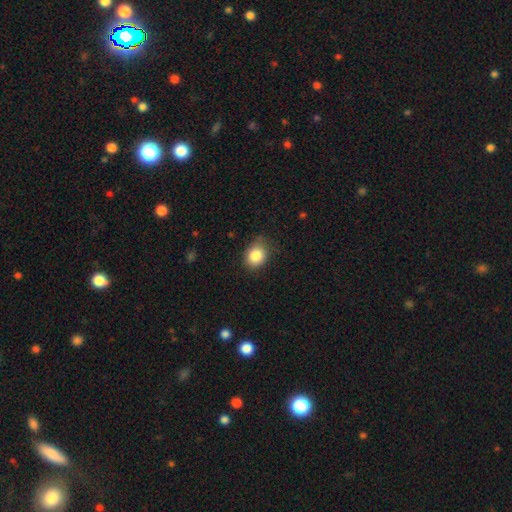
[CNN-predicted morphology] Smooth or featured?
  - smooth: 84% *
  - star or artifact: 9%
  - featured or disk: 6%
How rounded?
  - round: 54% *
  - in between: 45%
  - cigar-shaped: 1%
Merging?
  - none: 70% *
  - minor disturbance: 24%
  - major disturbance: 5%
  - merger: 1%